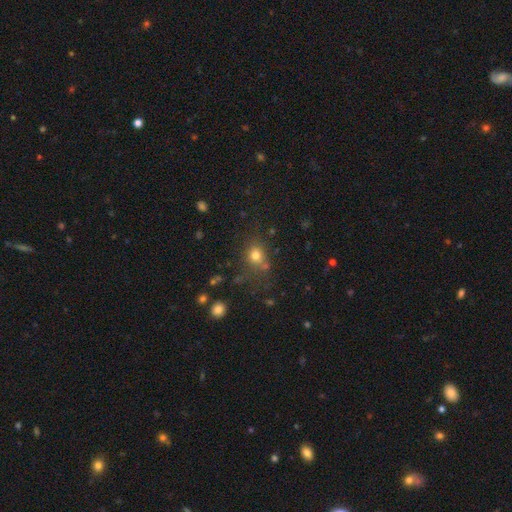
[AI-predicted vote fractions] Q: Smooth or featured?
A: smooth (72%); runner-up: star or artifact (18%)
Q: How rounded?
A: round (63%); runner-up: in between (35%)
Q: Merging?
A: none (64%); runner-up: minor disturbance (16%)